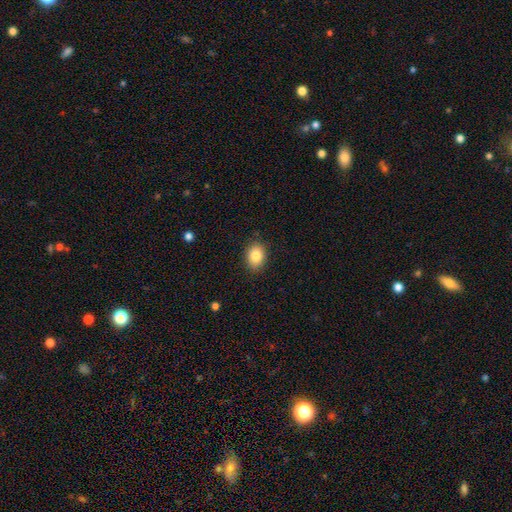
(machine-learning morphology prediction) smooth_or_featured: smooth (p=0.85) [alt: star or artifact p=0.09]
how_rounded: in between (p=0.67) [alt: round p=0.32]
merging: none (p=0.86) [alt: minor disturbance p=0.10]